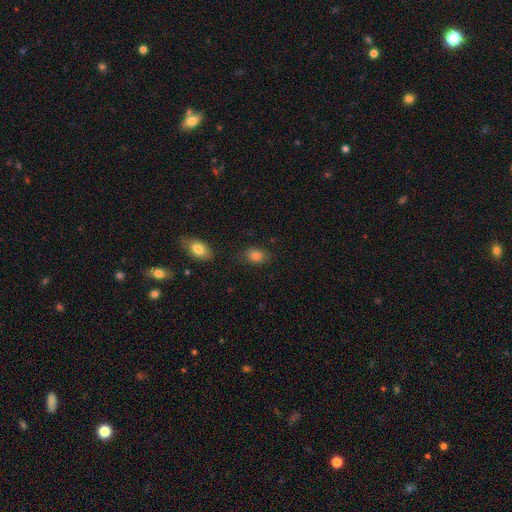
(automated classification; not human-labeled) This appears to be a smooth galaxy with no disk features (82%) that is in between round and cigar-shaped (77%). Merging: none (76%).